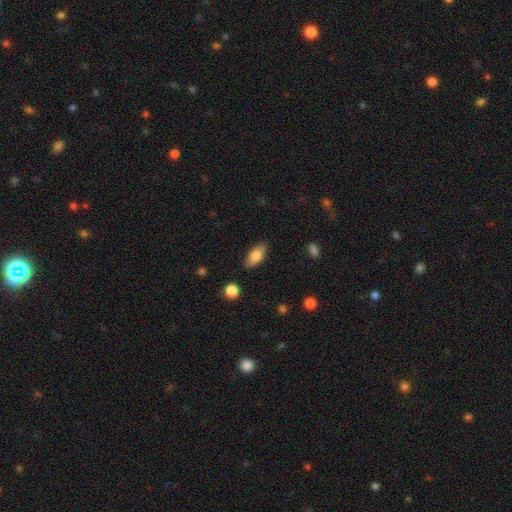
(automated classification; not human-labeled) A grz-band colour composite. It shows a smooth galaxy with no disk features (83%) that is in between round and cigar-shaped (89%). Merging: none (84%).